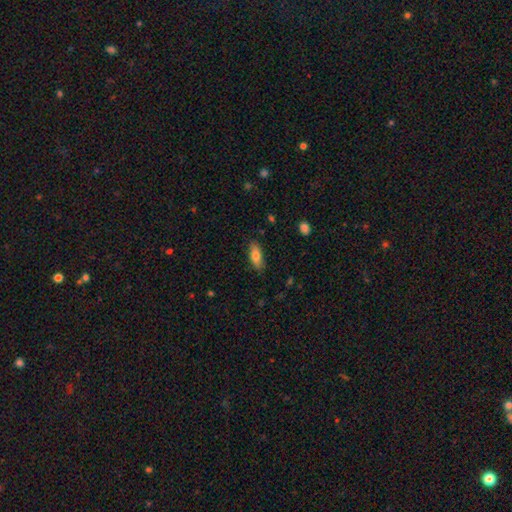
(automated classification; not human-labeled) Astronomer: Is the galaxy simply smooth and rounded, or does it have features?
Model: smooth — 78%.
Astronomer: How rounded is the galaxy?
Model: in between — 69%.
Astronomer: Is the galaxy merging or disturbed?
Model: none — 84%.